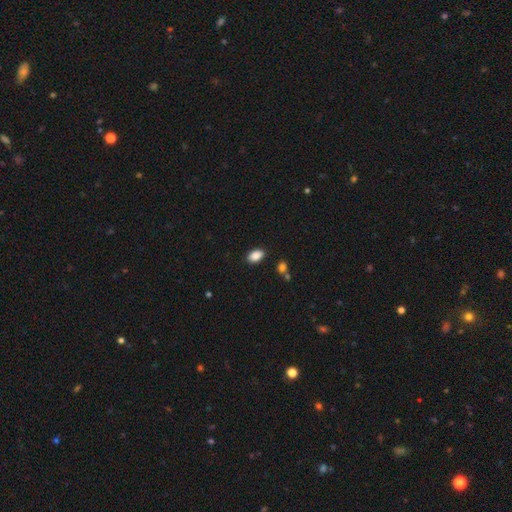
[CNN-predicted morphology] smooth_or_featured: smooth (p=0.88) [alt: star or artifact p=0.08]
how_rounded: in between (p=0.90) [alt: round p=0.08]
merging: none (p=0.87) [alt: minor disturbance p=0.09]